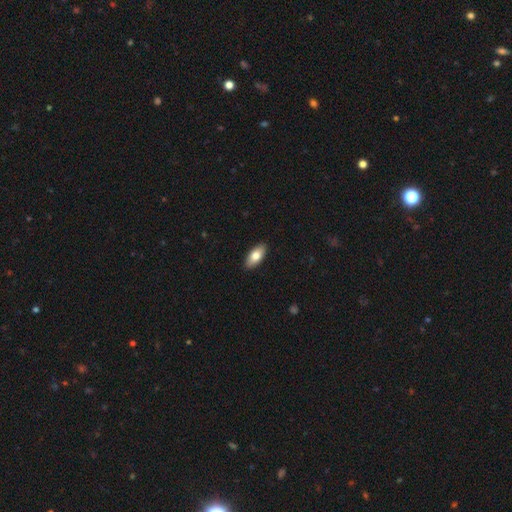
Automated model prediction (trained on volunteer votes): A smooth galaxy with no disk features (78%) that is in between round and cigar-shaped (89%). Merging: none (90%).